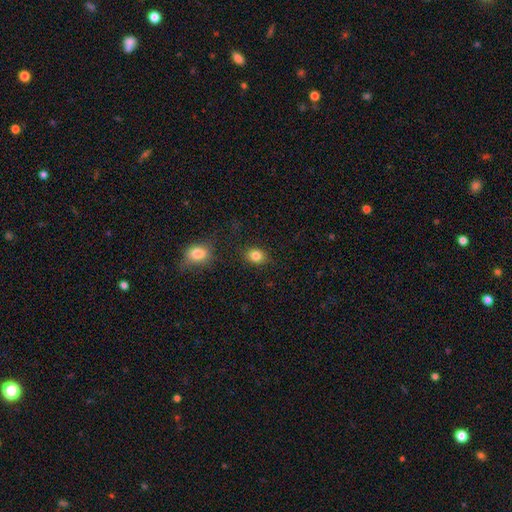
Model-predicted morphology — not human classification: Q: Smooth or featured?
A: smooth (83%); runner-up: star or artifact (11%)
Q: How rounded?
A: round (51%); runner-up: in between (47%)
Q: Merging?
A: none (82%); runner-up: minor disturbance (11%)